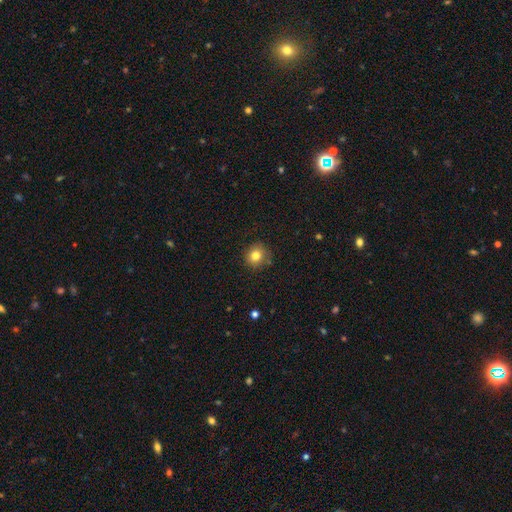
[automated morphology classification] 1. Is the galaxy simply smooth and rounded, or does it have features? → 81% smooth, 11% star or artifact, 8% featured or disk.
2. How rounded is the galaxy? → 87% round, 13% in between, 1% cigar-shaped.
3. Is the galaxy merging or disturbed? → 83% none, 12% minor disturbance, 3% major disturbance, 2% merger.